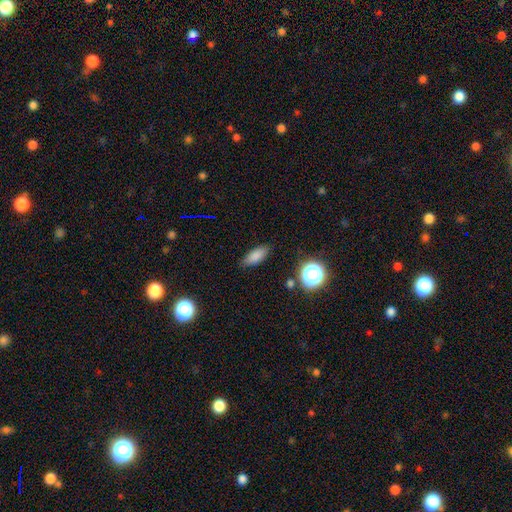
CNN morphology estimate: A smooth galaxy with no disk features (82%) that is in between round and cigar-shaped (76%). Merging: none (83%).